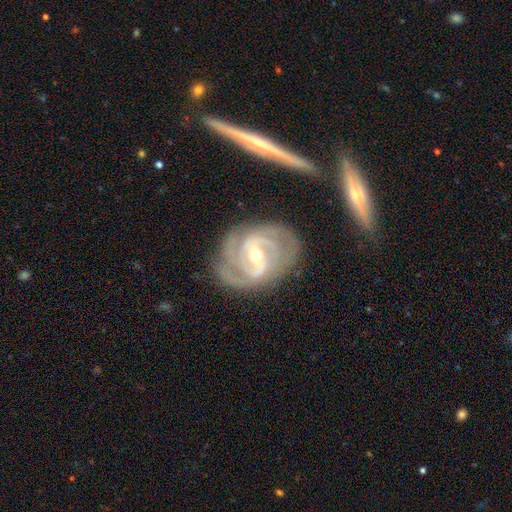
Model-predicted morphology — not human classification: A featured or disk galaxy (91%) with a weak bar (45%), 3 (38%) tight (56%) spiral arms (98%) and a small central bulge (50%). Merging: none (74%).